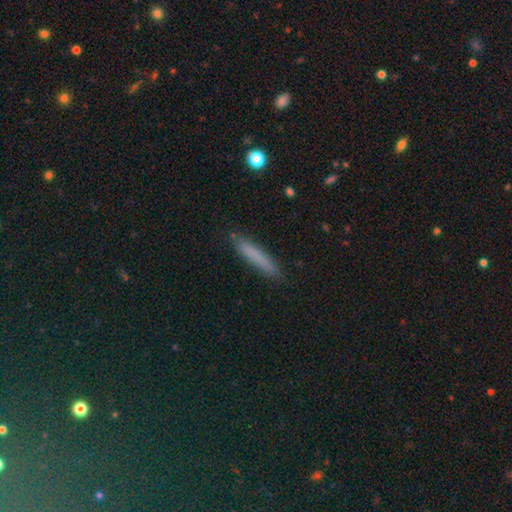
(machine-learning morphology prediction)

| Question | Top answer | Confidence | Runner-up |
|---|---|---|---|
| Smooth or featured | smooth | 78% | featured or disk (15%) |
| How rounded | cigar-shaped | 93% | in between (6%) |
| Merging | none | 86% | minor disturbance (11%) |